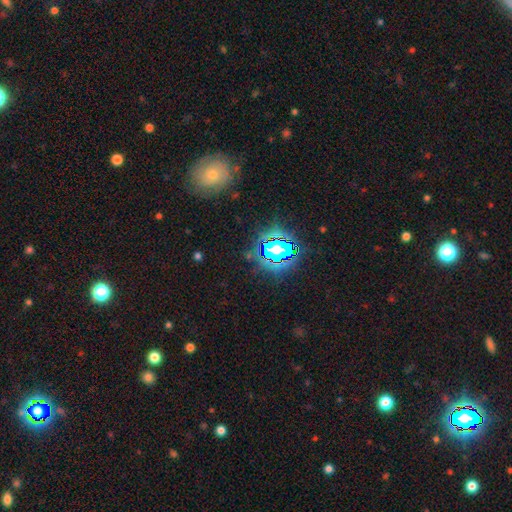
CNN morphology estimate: smooth-or-featured: star or artifact: 78% | smooth: 12% | featured or disk: 9%